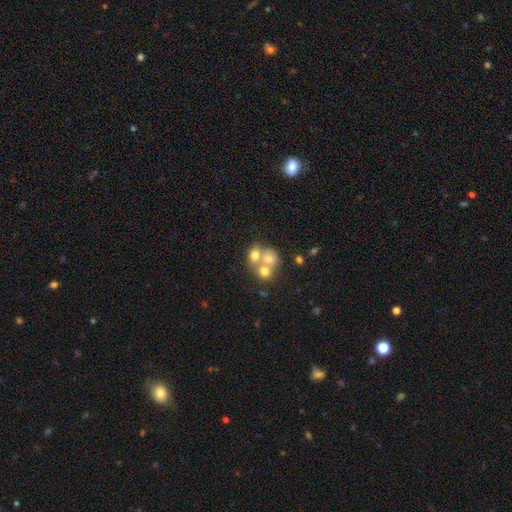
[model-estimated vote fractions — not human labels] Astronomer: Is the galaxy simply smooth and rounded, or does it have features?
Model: smooth — 58%.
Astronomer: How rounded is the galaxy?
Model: round — 65%.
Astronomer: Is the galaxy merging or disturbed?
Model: merger — 63%.